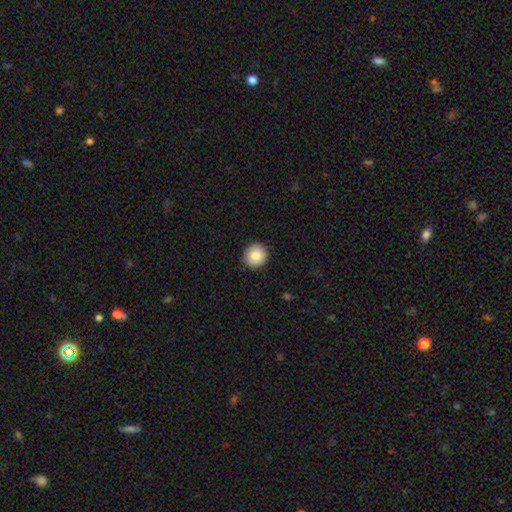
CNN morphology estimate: Smooth or featured: smooth — 87% (star or artifact — 8%)
How rounded: round — 92% (in between — 7%)
Merging: none — 90% (minor disturbance — 7%)